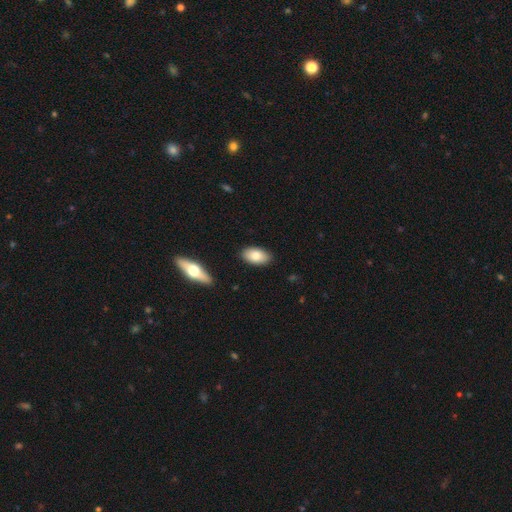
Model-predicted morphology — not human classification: smooth-or-featured: smooth: 80% | featured or disk: 14% | star or artifact: 6%
  how-rounded: in between: 94% | round: 3% | cigar-shaped: 3%
  merging: none: 88% | minor disturbance: 9% | major disturbance: 2% | merger: 2%